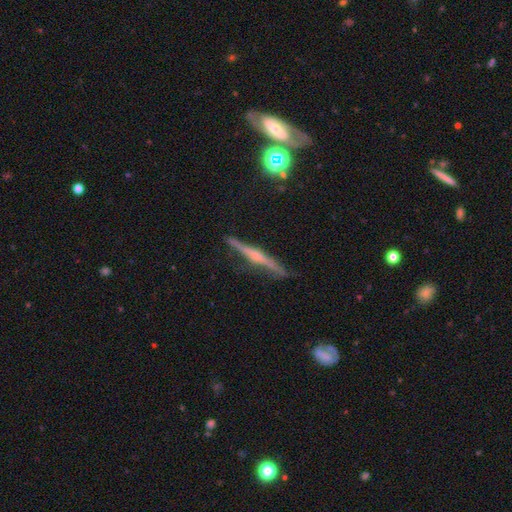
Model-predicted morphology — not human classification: A featured or disk galaxy (75%) viewed edge-on (97%) with a rounded central bulge (64%). Merging: none (85%).